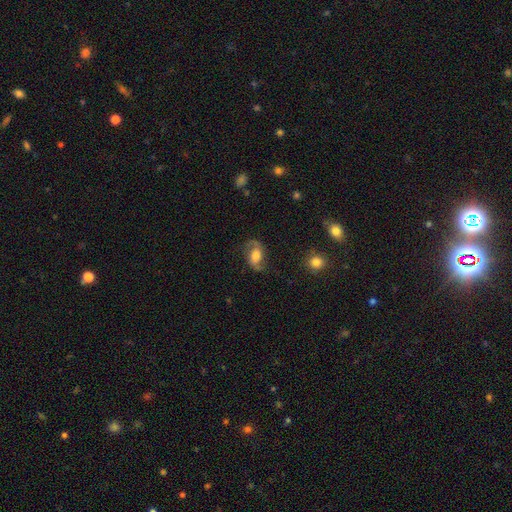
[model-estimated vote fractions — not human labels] smooth-or-featured: featured or disk: 68% | smooth: 24% | star or artifact: 8%
  disk-edge-on: no: 96% | yes: 4%
    bar: weak: 42% | no: 38% | strong: 20%
    has-spiral-arms: yes: 91% | no: 9%
      spiral-winding: loose: 51% | medium: 38% | tight: 11%
      spiral-arm-count: 2: 90% | can't tell: 4% | 1: 3% | 3: 1% | 4: 1% | more than 4: 1%
    bulge-size: moderate: 53% | large: 25% | small: 15% | none: 4% | dominant: 3%
  merging: none: 70% | minor disturbance: 18% | major disturbance: 10% | merger: 2%